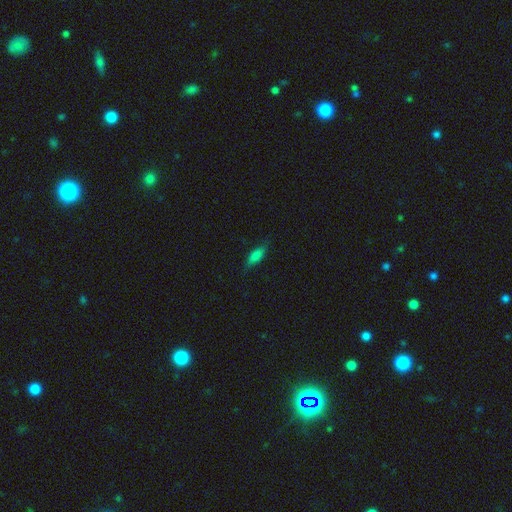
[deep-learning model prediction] smooth-or-featured: smooth: 76% | featured or disk: 16% | star or artifact: 8%
  how-rounded: in between: 61% | cigar-shaped: 37% | round: 2%
  merging: none: 78% | minor disturbance: 17% | major disturbance: 3% | merger: 1%